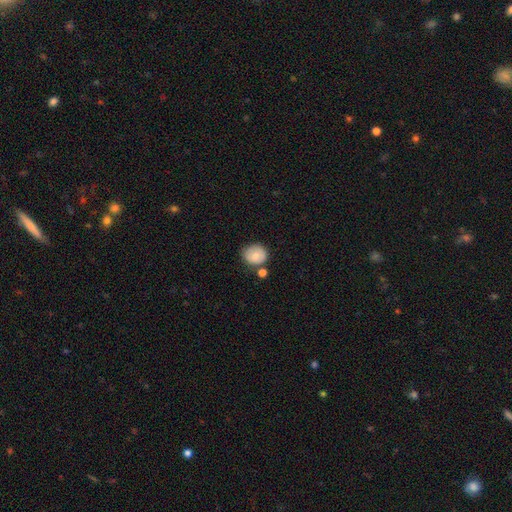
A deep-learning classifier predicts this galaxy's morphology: A smooth galaxy with no disk features (74%) that is round (77%).

Vote fractions:
- Smooth or featured? smooth: 74% / featured or disk: 18% / star or artifact: 8%
- How rounded? round: 77% / in between: 22% / cigar-shaped: 1%
- Merging? none: 66% / minor disturbance: 19% / merger: 11% / major disturbance: 4%